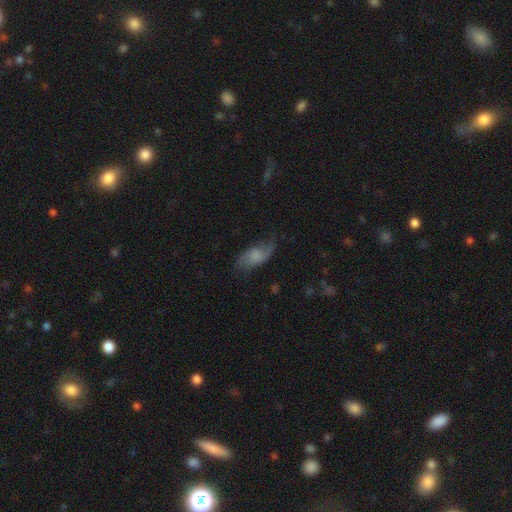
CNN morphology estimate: A smooth galaxy with no disk features (47%). Merging: none (62%).